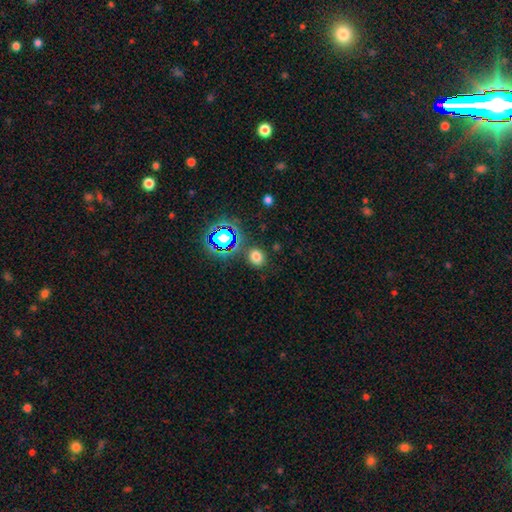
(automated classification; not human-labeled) Smooth or featured? smooth (71%)
How rounded? round (65%)
Merging? none (83%)